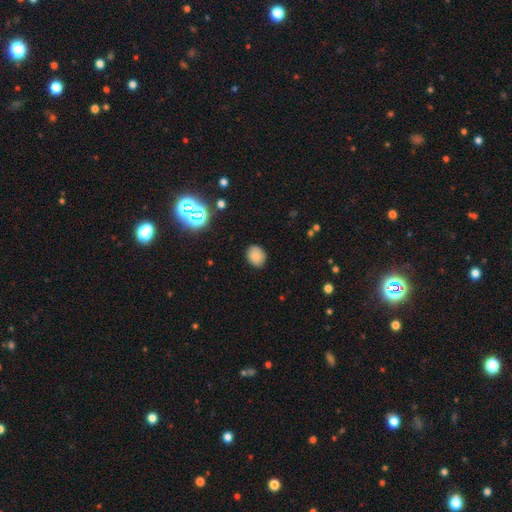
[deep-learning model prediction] The model was most divided on "how rounded": round: 56%, in between: 43%, cigar-shaped: 1%. More confident: merging — none (85%); smooth or featured — smooth (80%).